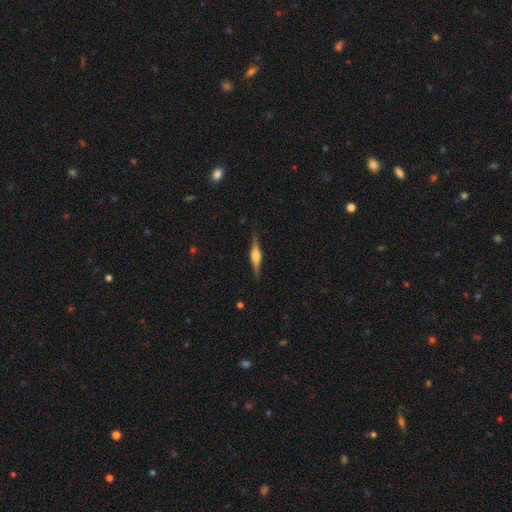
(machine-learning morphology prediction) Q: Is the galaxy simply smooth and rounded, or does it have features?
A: featured or disk — 70%.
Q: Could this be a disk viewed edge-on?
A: yes — 97%.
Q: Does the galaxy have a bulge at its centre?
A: rounded — 87%.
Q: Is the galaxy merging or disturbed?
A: none — 88%.